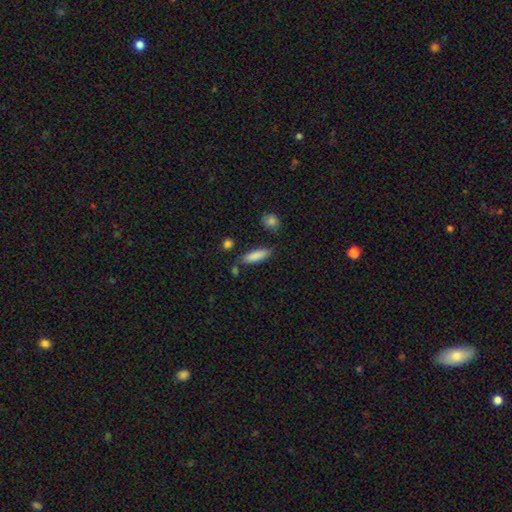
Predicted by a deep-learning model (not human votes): smooth-or-featured: smooth: 86% | featured or disk: 8% | star or artifact: 6%
  how-rounded: cigar-shaped: 55% | in between: 43% | round: 2%
  merging: none: 80% | minor disturbance: 13% | merger: 4% | major disturbance: 3%